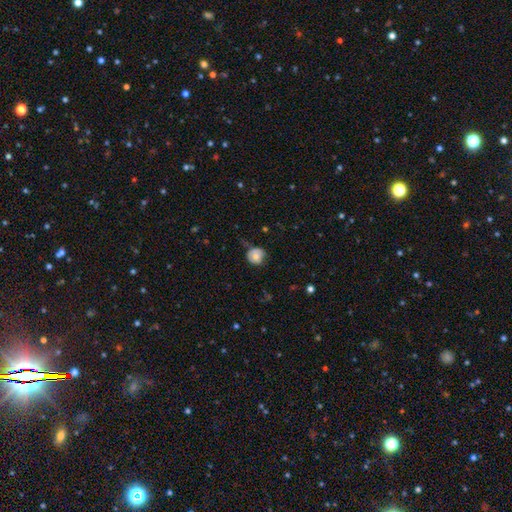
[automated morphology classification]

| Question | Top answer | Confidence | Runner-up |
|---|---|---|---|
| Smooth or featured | smooth | 65% | featured or disk (26%) |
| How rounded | round | 86% | in between (13%) |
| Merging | none | 59% | minor disturbance (30%) |